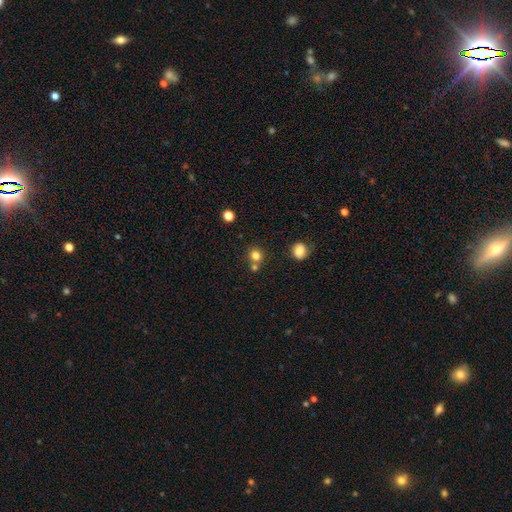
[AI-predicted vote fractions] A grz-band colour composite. It shows a smooth galaxy with no disk features (79%) that is round (88%). Merging: none (64%).